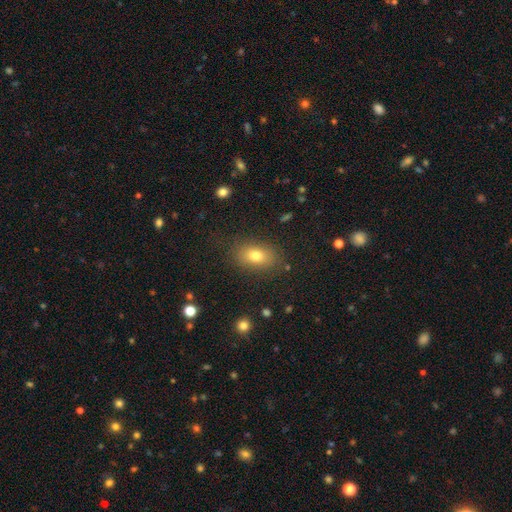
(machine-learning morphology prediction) A smooth galaxy with no disk features (76%) that is in between round and cigar-shaped (81%). Merging: none (84%).